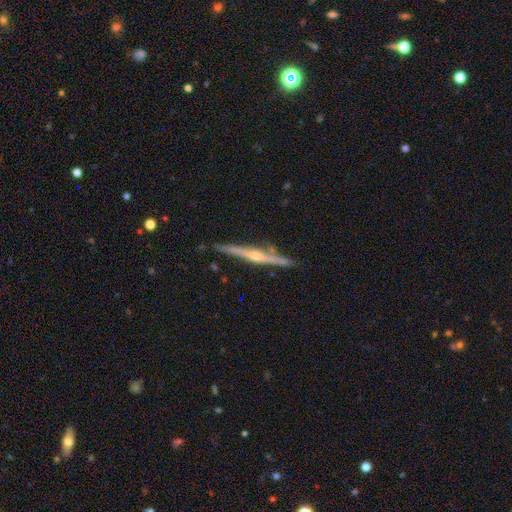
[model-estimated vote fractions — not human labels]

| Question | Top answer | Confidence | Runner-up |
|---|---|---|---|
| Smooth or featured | featured or disk | 80% | smooth (15%) |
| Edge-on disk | yes | 98% | no (2%) |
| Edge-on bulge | rounded | 84% | none (11%) |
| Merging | none | 83% | minor disturbance (12%) |